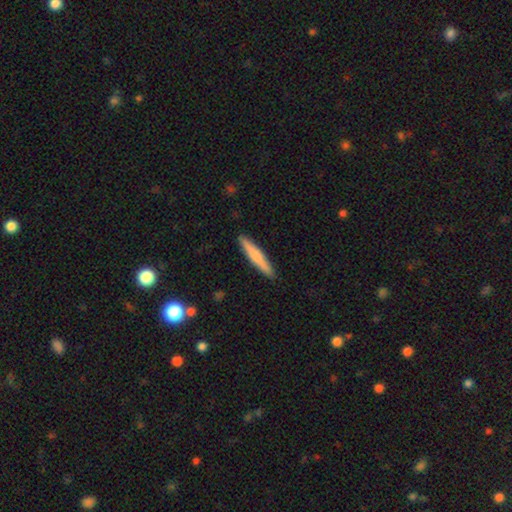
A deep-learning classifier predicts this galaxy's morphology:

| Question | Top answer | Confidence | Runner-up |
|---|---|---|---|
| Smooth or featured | smooth | 63% | featured or disk (31%) |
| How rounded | cigar-shaped | 92% | in between (7%) |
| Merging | none | 91% | minor disturbance (7%) |